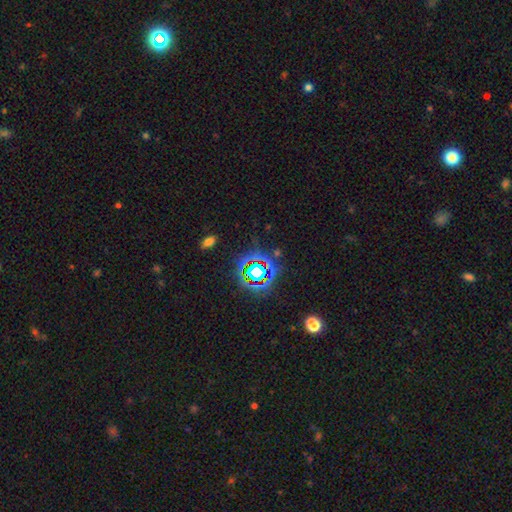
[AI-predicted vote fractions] This appears to be a star or artifact, not a galaxy (72%).